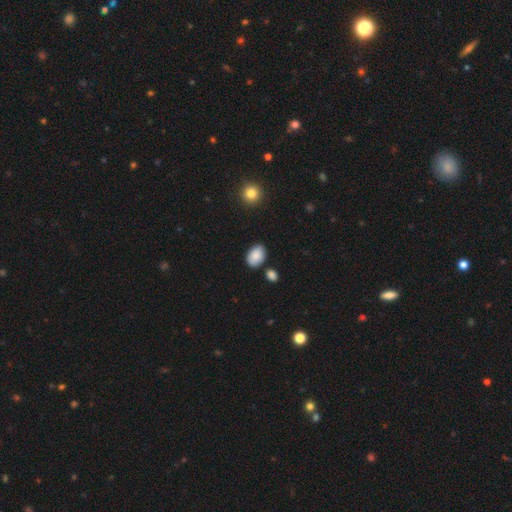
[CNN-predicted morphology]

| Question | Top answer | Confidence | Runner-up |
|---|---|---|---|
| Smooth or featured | smooth | 87% | star or artifact (7%) |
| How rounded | in between | 84% | round (15%) |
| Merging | none | 78% | minor disturbance (14%) |